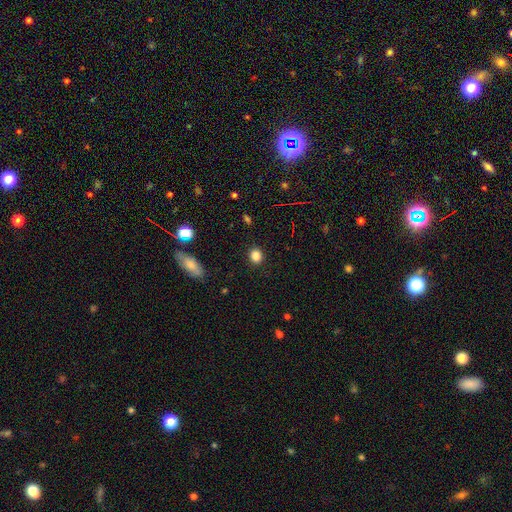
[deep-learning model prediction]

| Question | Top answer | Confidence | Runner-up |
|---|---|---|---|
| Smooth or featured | smooth | 85% | star or artifact (11%) |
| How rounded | round | 74% | in between (25%) |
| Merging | none | 90% | minor disturbance (7%) |